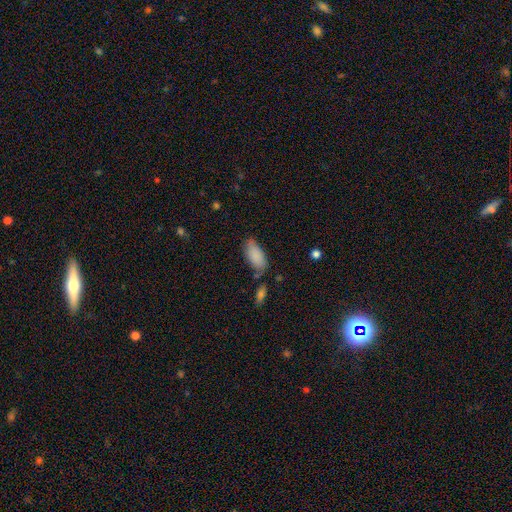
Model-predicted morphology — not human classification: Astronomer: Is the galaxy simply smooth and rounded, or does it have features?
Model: smooth — 87%.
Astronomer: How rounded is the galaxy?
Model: in between — 90%.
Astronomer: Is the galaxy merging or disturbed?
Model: none — 70%.